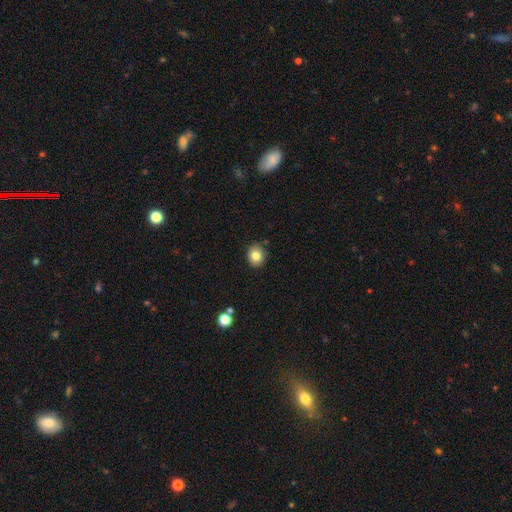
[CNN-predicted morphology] Q: Smooth or featured?
A: smooth (82%); runner-up: star or artifact (10%)
Q: How rounded?
A: round (68%); runner-up: in between (31%)
Q: Merging?
A: none (89%); runner-up: minor disturbance (8%)